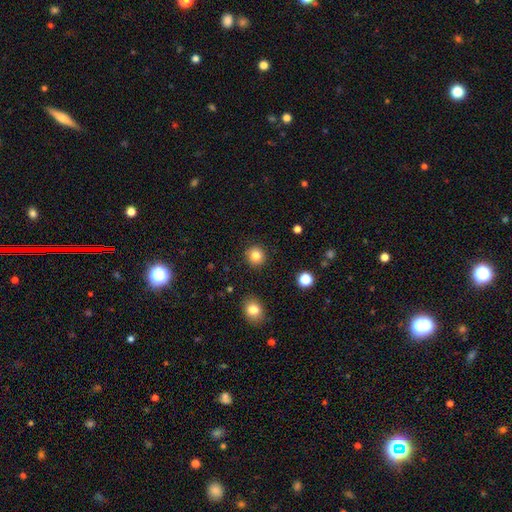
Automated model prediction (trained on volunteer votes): smooth-or-featured: smooth: 83% | star or artifact: 11% | featured or disk: 6%
  how-rounded: round: 93% | in between: 6% | cigar-shaped: 1%
  merging: none: 91% | minor disturbance: 5% | major disturbance: 2% | merger: 1%